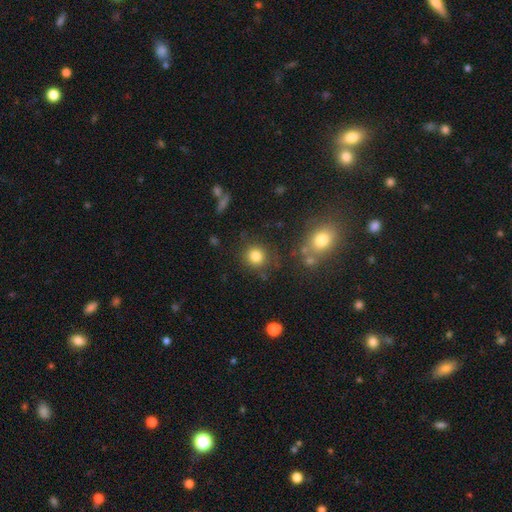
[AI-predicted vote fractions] Smooth or featured: smooth — 82% (star or artifact — 12%)
How rounded: round — 89% (in between — 10%)
Merging: none — 82% (minor disturbance — 10%)